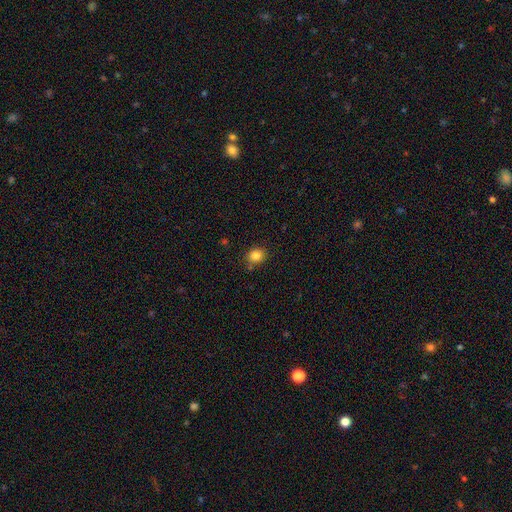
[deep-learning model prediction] A smooth galaxy with no disk features (84%) that is round (70%). Merging: none (83%).